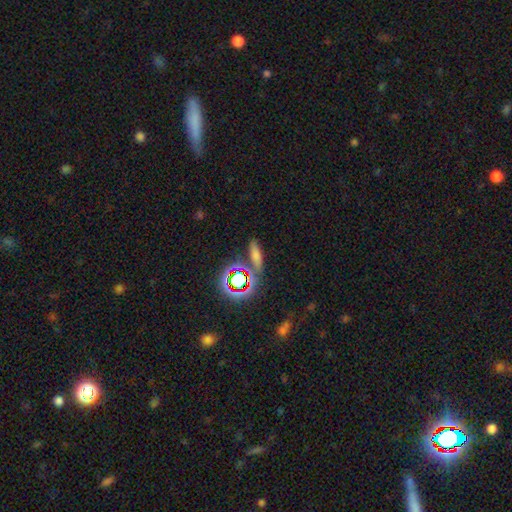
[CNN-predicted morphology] type=smooth (57%); roundness=cigar-shaped (46%); merging=none (69%).